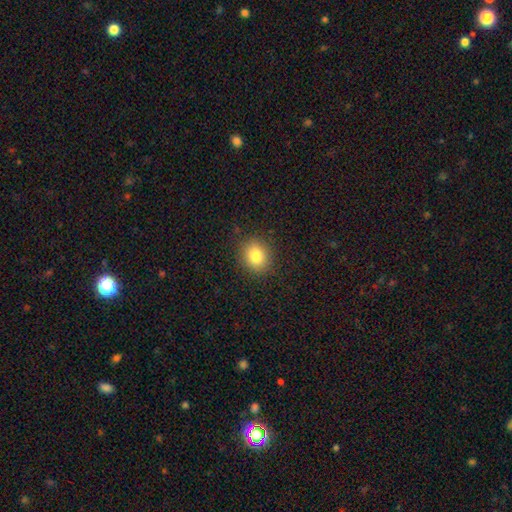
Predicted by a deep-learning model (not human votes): Smooth or featured: smooth — 82% (star or artifact — 11%)
How rounded: round — 73% (in between — 26%)
Merging: none — 89% (minor disturbance — 8%)